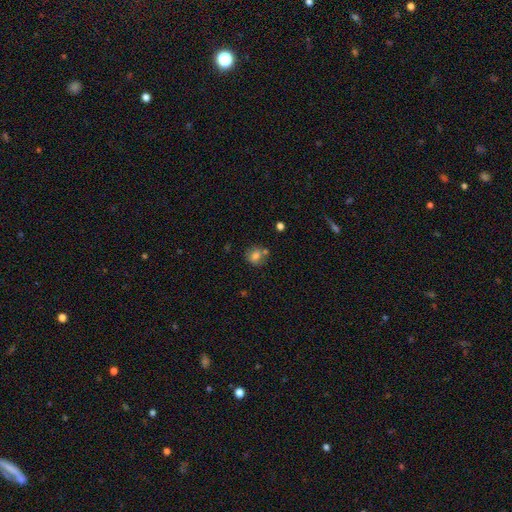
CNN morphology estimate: Overall: smooth (77%). How rounded: round (77%). Merging: none (65%).